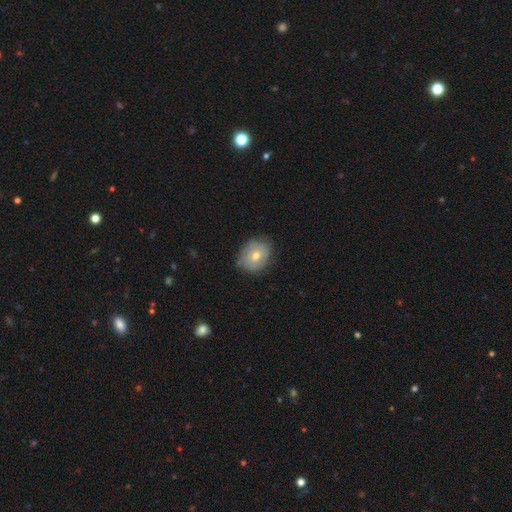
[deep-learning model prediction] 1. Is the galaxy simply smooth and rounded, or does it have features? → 59% smooth, 31% featured or disk, 9% star or artifact.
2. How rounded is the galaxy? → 60% round, 39% in between, 1% cigar-shaped.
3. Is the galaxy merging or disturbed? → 77% none, 18% minor disturbance, 4% major disturbance, 1% merger.